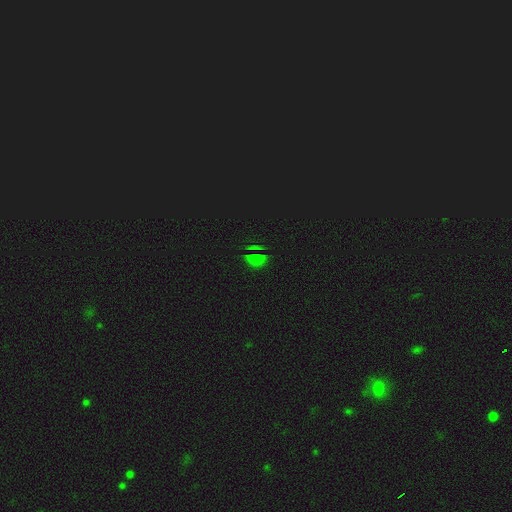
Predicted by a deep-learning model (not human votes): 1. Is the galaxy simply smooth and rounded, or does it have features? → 51% star or artifact, 42% smooth, 7% featured or disk.